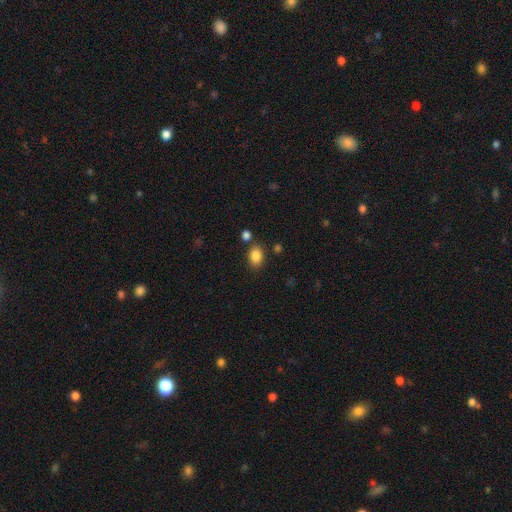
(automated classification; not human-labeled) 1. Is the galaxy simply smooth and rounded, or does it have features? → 86% smooth, 9% star or artifact, 5% featured or disk.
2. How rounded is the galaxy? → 76% in between, 22% round, 1% cigar-shaped.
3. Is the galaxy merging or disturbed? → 79% none, 11% minor disturbance, 7% merger, 3% major disturbance.